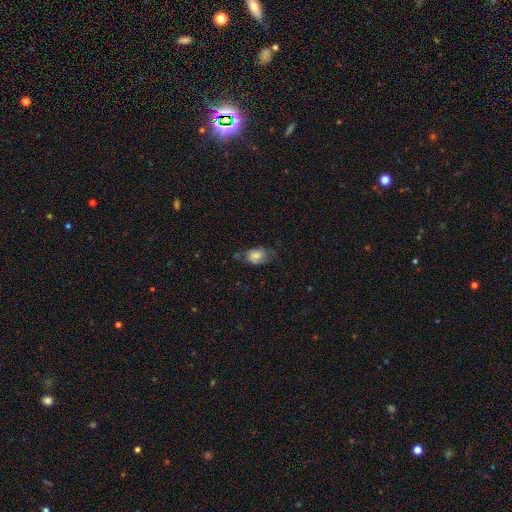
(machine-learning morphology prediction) A smooth galaxy with no disk features (69%) that is in between round and cigar-shaped (81%).

Vote fractions:
- Smooth or featured? smooth: 69% / featured or disk: 22% / star or artifact: 9%
- How rounded? in between: 81% / round: 17% / cigar-shaped: 2%
- Merging? none: 49% / minor disturbance: 32% / major disturbance: 17% / merger: 2%